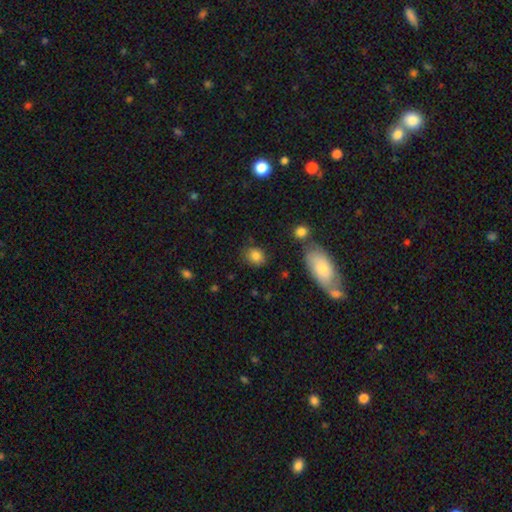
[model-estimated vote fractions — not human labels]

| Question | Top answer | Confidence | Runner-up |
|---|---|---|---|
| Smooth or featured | smooth | 84% | star or artifact (10%) |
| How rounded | round | 56% | in between (42%) |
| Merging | none | 79% | minor disturbance (14%) |